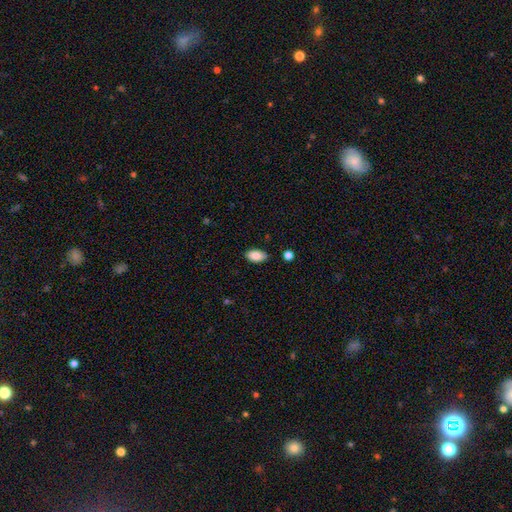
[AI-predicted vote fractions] Morphology: type=smooth (88%); roundness=in between (93%); merging=none (84%).